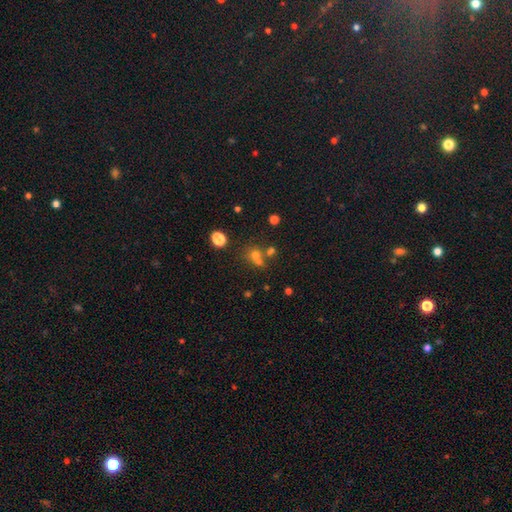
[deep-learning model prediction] smooth 59%, star or artifact 26%, featured or disk 15%. Down the decision tree: how rounded — round (80%); merging — none (47%).